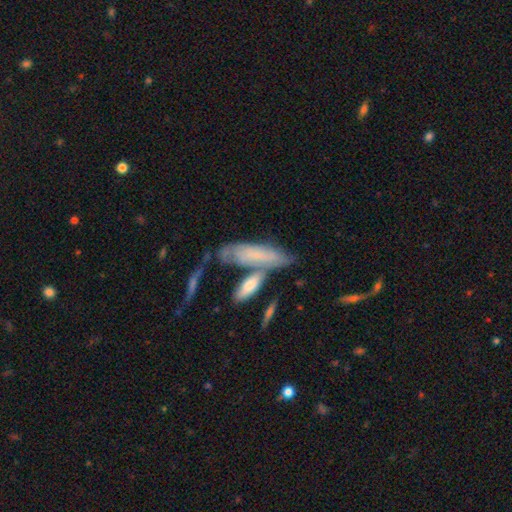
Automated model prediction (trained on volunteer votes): A smooth galaxy with no disk features (56%) that is cigar-shaped (55%). Merging: none (42%).